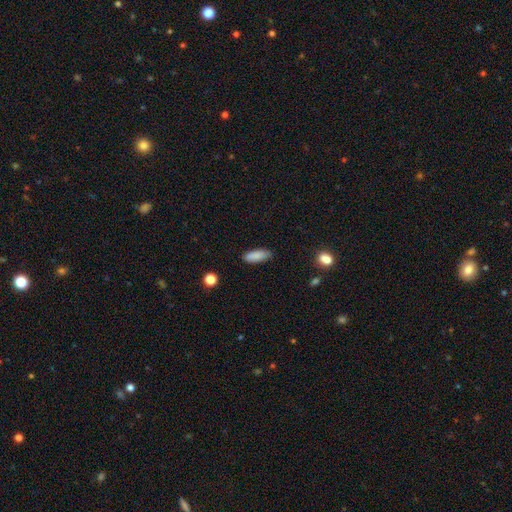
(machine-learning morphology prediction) A smooth galaxy with no disk features (88%) that is in between round and cigar-shaped (66%).

Vote fractions:
- Smooth or featured? smooth: 88% / star or artifact: 7% / featured or disk: 5%
- How rounded? in between: 66% / cigar-shaped: 32% / round: 2%
- Merging? none: 84% / minor disturbance: 12% / major disturbance: 2% / merger: 1%